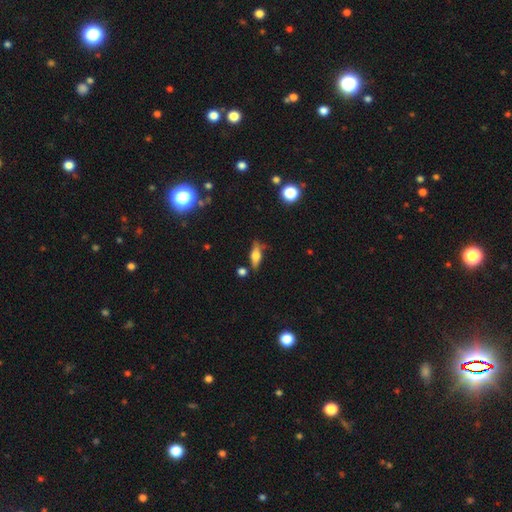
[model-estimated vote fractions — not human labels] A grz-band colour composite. It shows a smooth galaxy with no disk features (53%) that is in between round and cigar-shaped (59%). Merging: none (68%).